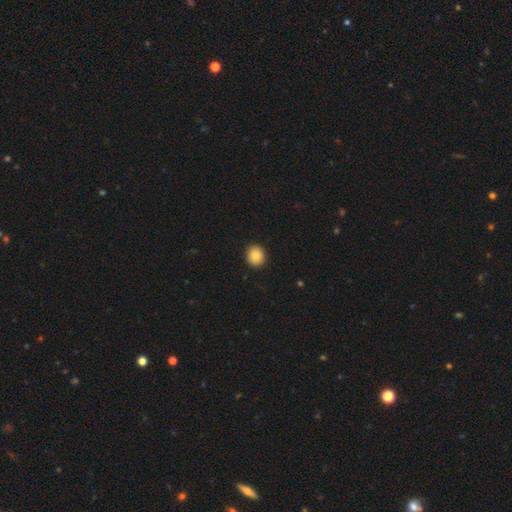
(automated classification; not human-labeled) Q: Smooth or featured?
A: smooth (84%); runner-up: star or artifact (9%)
Q: How rounded?
A: round (78%); runner-up: in between (21%)
Q: Merging?
A: none (92%); runner-up: minor disturbance (6%)